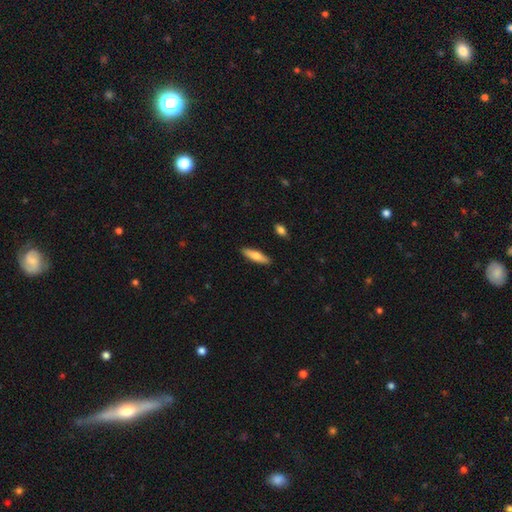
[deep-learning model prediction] Smooth or featured: smooth — 73% (featured or disk — 21%)
How rounded: cigar-shaped — 63% (in between — 36%)
Merging: none — 89% (minor disturbance — 8%)